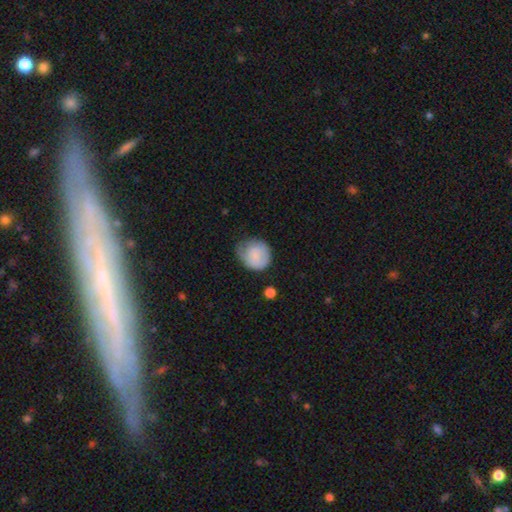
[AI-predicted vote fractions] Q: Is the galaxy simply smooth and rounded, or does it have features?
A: smooth — 78%.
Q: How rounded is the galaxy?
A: round — 79%.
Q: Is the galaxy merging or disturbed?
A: none — 46%.